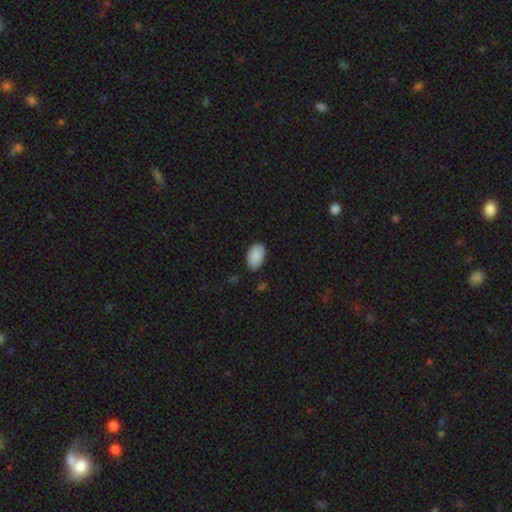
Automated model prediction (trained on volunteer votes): This appears to be a smooth galaxy with no disk features (90%) that is in between round and cigar-shaped (92%). Merging: none (82%).